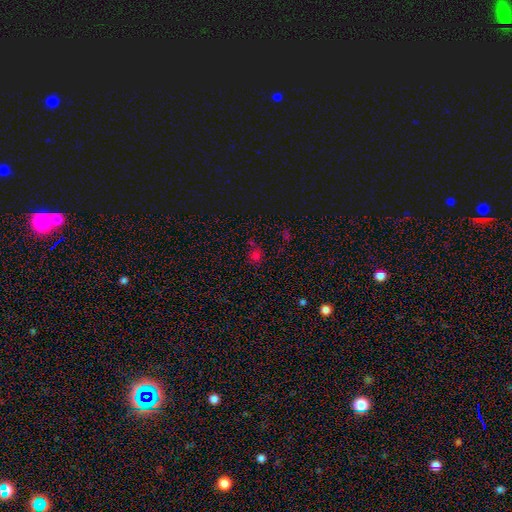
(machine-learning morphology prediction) Smooth or featured? smooth (57%)
How rounded? round (68%)
Merging? none (67%)